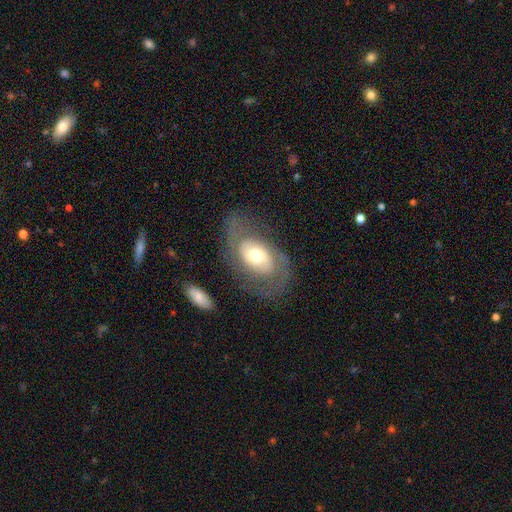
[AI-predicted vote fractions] Smooth or featured? featured or disk (68%)
Edge-on disk? no (94%)
Bar? no (66%)
Spiral arms? yes (79%)
Spiral winding? medium (45%)
Spiral arm count? 2 (79%)
Bulge size? moderate (62%)
Merging? none (68%)